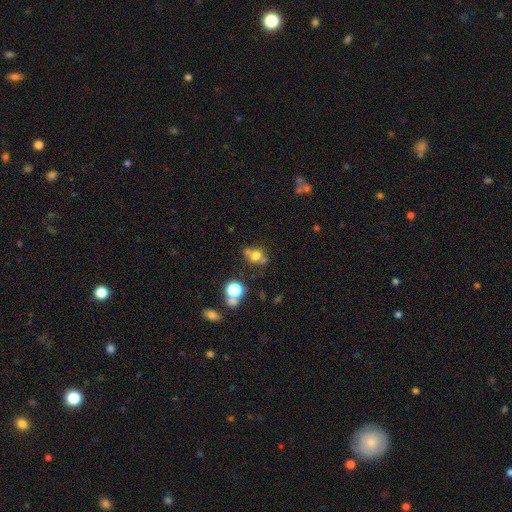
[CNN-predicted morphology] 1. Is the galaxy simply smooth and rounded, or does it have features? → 64% smooth, 19% star or artifact, 17% featured or disk.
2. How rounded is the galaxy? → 67% round, 31% in between, 1% cigar-shaped.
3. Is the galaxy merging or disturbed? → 48% none, 32% merger, 13% minor disturbance, 7% major disturbance.